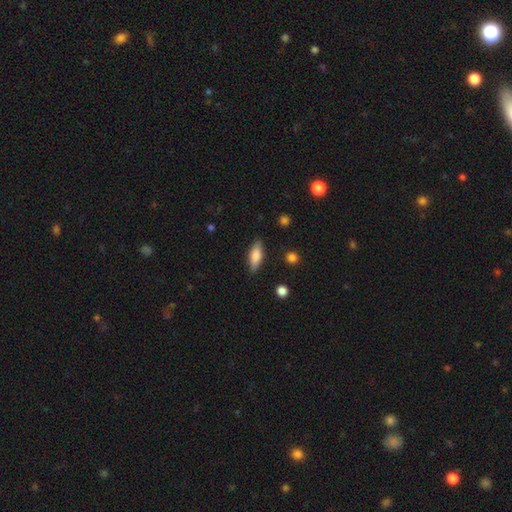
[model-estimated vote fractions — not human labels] Smooth or featured? Predicted: smooth (p=0.74). How rounded? Predicted: in between (p=0.63). Merging? Predicted: none (p=0.84).